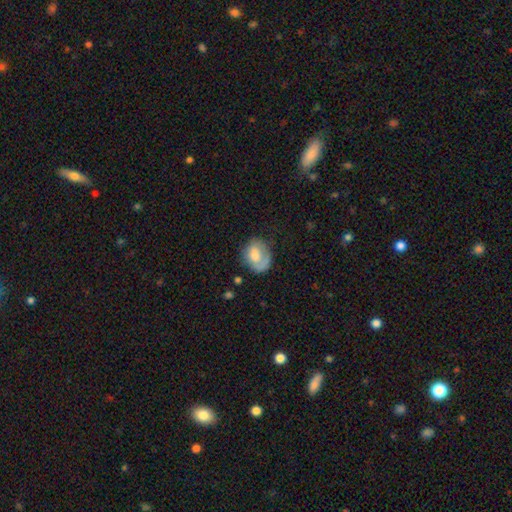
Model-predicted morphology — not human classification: Smooth or featured: smooth — 65% (featured or disk — 28%)
How rounded: in between — 57% (round — 42%)
Merging: none — 53% (minor disturbance — 27%)